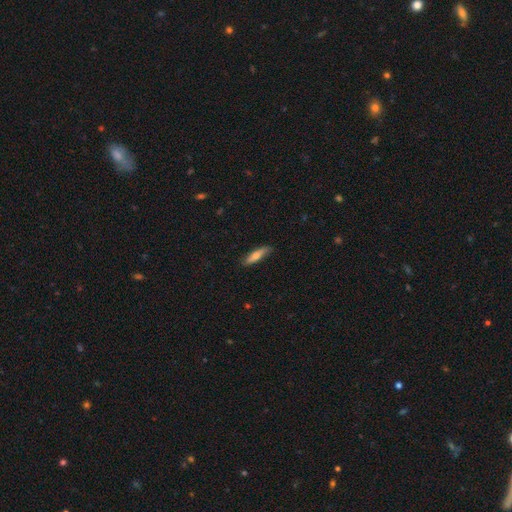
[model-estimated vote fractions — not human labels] Smooth or featured?
  - smooth: 65% *
  - featured or disk: 30%
  - star or artifact: 6%
How rounded?
  - cigar-shaped: 77% *
  - in between: 21%
  - round: 2%
Merging?
  - none: 84% *
  - minor disturbance: 13%
  - major disturbance: 2%
  - merger: 1%